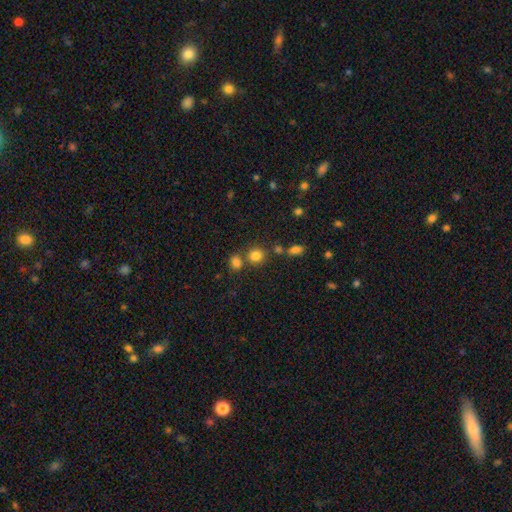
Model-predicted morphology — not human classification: Smooth or featured: smooth — 81% (star or artifact — 14%)
How rounded: round — 83% (in between — 16%)
Merging: none — 67% (merger — 21%)